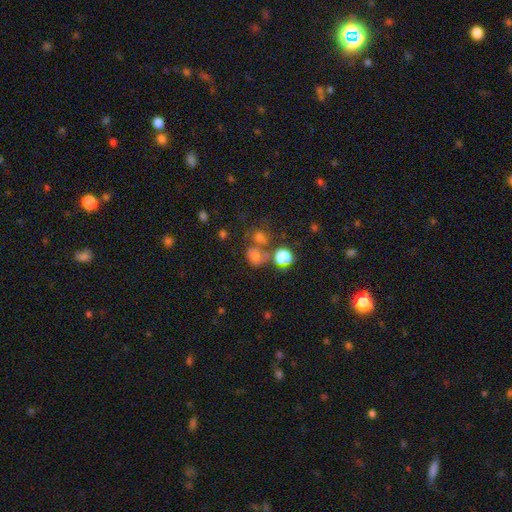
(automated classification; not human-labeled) The model was most divided on "merging": none: 51%, merger: 27%, minor disturbance: 14%, major disturbance: 8%. More confident: how rounded — round (69%); smooth or featured — smooth (62%).